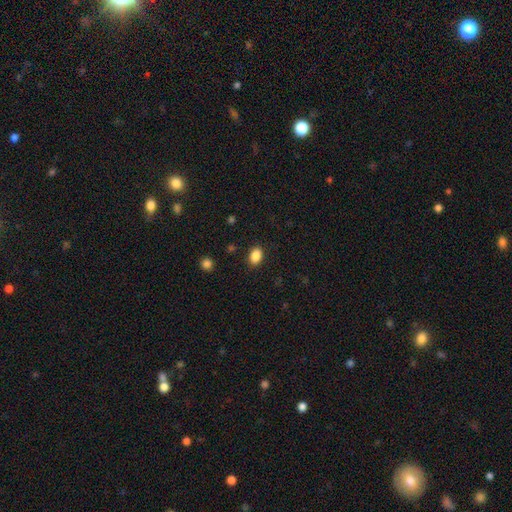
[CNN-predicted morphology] type=smooth (87%); roundness=in between (82%); merging=none (87%).